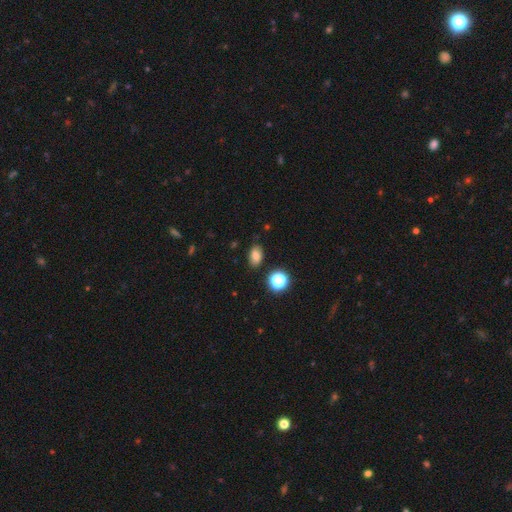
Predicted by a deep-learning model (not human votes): This is likely a smooth galaxy (77%). How rounded: clearly in between (82%). Merging: clearly none (83%).